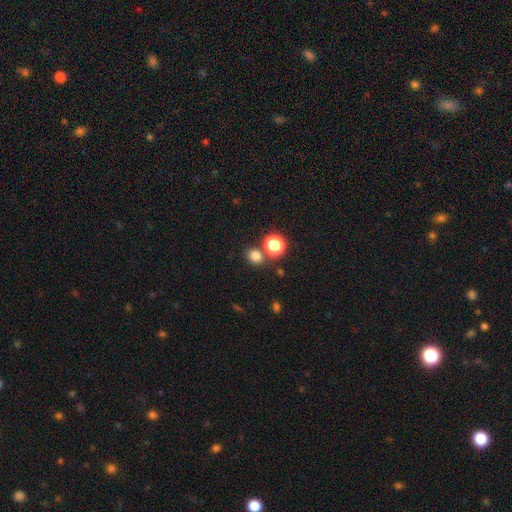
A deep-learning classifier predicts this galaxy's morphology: Smooth or featured? Predicted: smooth (p=0.77). How rounded? Predicted: round (p=0.66). Merging? Predicted: none (p=0.73).